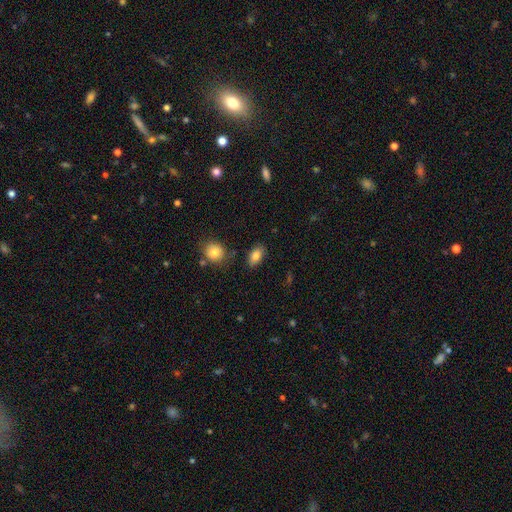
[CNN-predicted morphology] Smooth or featured? smooth (83%)
How rounded? in between (90%)
Merging? none (81%)